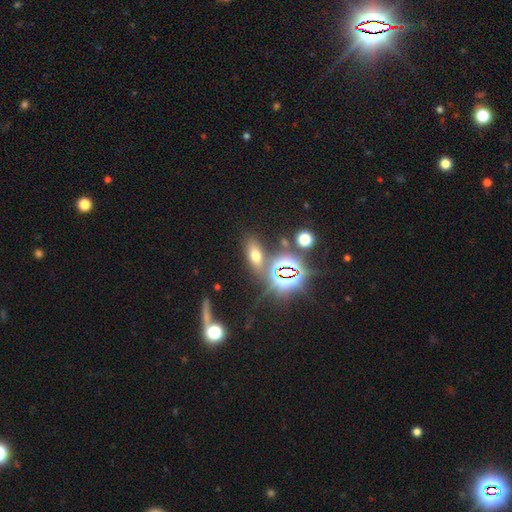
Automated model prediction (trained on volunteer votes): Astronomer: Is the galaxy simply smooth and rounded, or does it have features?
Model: smooth — 51% (runner-up: star or artifact, 35%).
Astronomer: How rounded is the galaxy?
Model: in between — 72%.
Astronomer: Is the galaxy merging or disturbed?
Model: none — 72%.